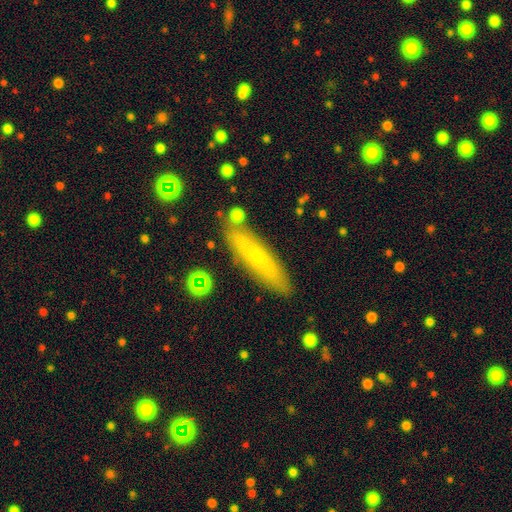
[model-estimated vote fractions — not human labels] Smooth or featured: smooth — 47% (featured or disk — 44%)
Merging: none — 82% (minor disturbance — 13%)